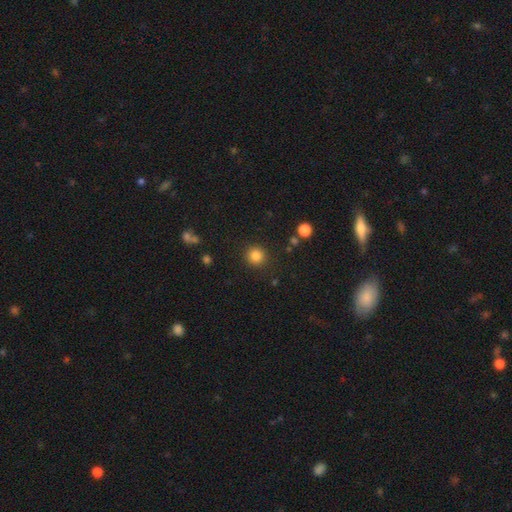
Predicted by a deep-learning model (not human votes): Smooth or featured: smooth — 84% (star or artifact — 12%)
How rounded: round — 93% (in between — 6%)
Merging: none — 89% (minor disturbance — 6%)